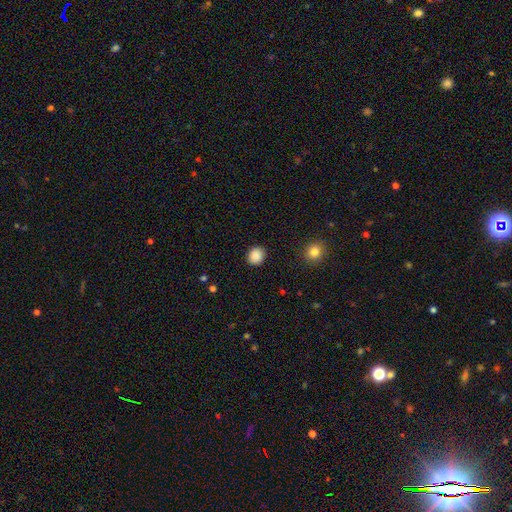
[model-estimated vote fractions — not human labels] smooth 88%, star or artifact 9%, featured or disk 3%. Down the decision tree: how rounded — round (83%); merging — none (90%).